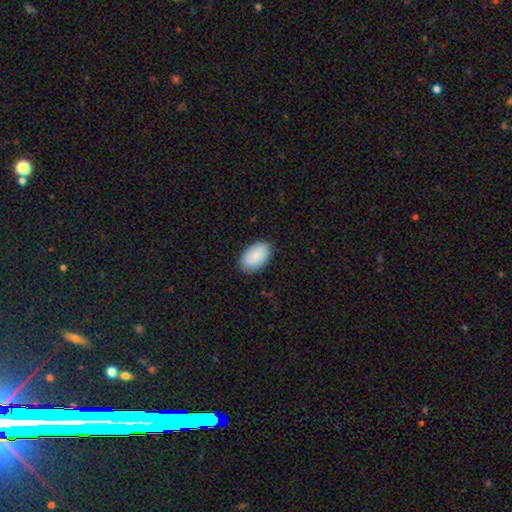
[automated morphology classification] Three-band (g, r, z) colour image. It shows a smooth galaxy with no disk features (84%) that is in between round and cigar-shaped (93%). Merging: none (86%).